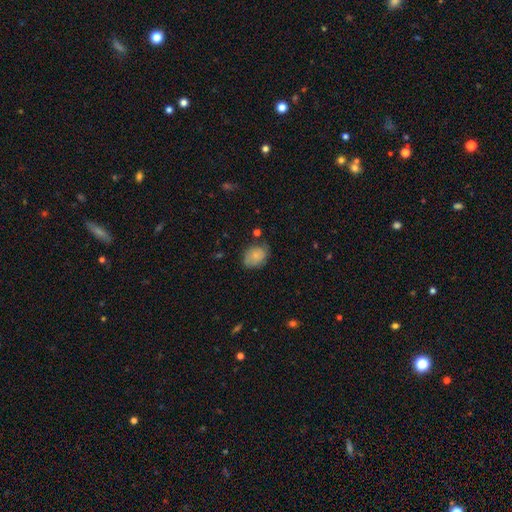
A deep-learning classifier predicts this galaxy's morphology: A smooth galaxy with no disk features (78%) that is in between round and cigar-shaped (63%). Merging: none (63%).